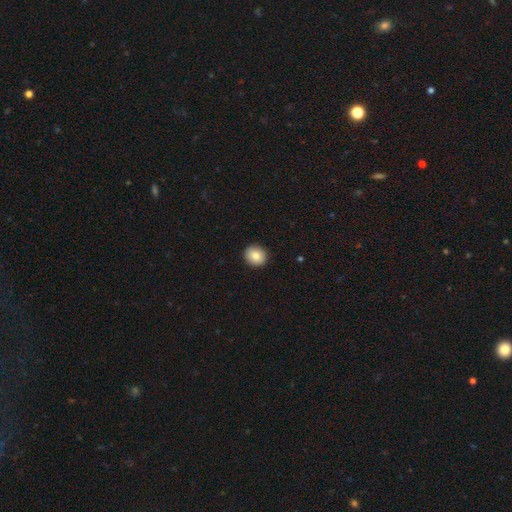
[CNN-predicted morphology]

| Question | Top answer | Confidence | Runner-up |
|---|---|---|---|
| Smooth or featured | smooth | 83% | star or artifact (8%) |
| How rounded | round | 86% | in between (13%) |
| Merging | none | 92% | minor disturbance (6%) |